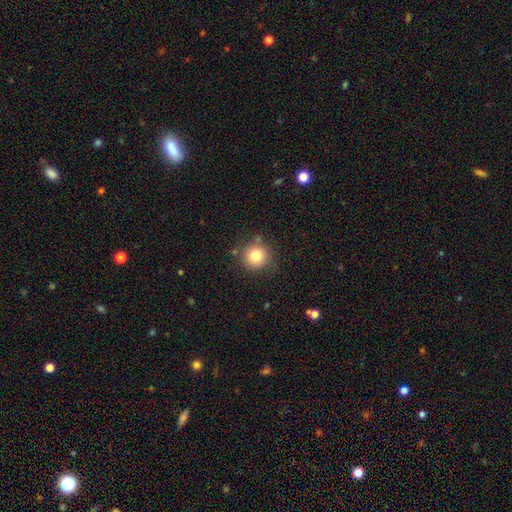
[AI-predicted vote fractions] This is clearly a smooth galaxy (81%). How rounded: clearly round (91%). Merging: clearly none (81%).